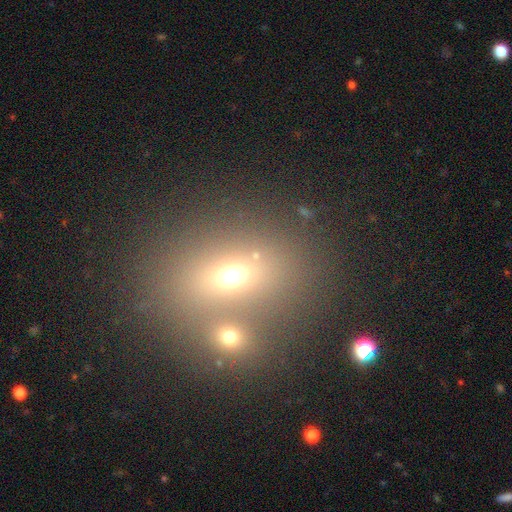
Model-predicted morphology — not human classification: A smooth galaxy with no disk features (54%) that is in between round and cigar-shaped (50%). Merging: none (58%).